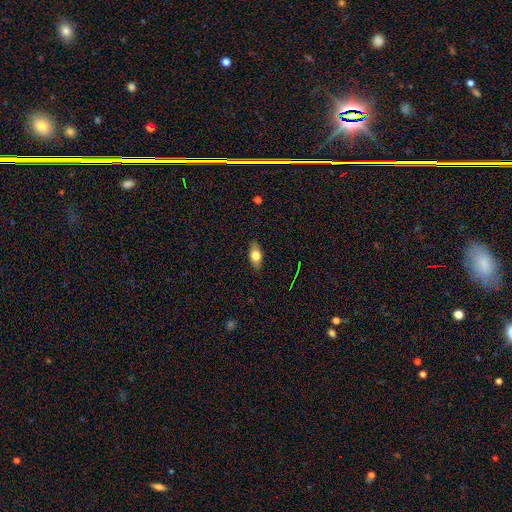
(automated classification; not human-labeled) Q: Smooth or featured?
A: smooth (72%); runner-up: featured or disk (20%)
Q: How rounded?
A: in between (86%); runner-up: cigar-shaped (8%)
Q: Merging?
A: none (85%); runner-up: minor disturbance (12%)